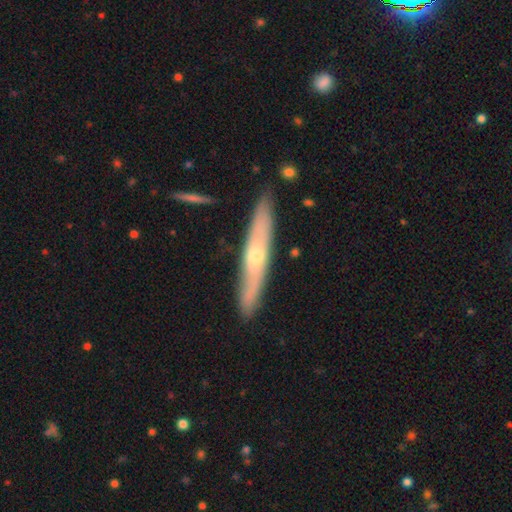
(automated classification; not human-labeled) Smooth or featured? featured or disk (61%)
Edge-on disk? yes (82%)
Merging? none (87%)